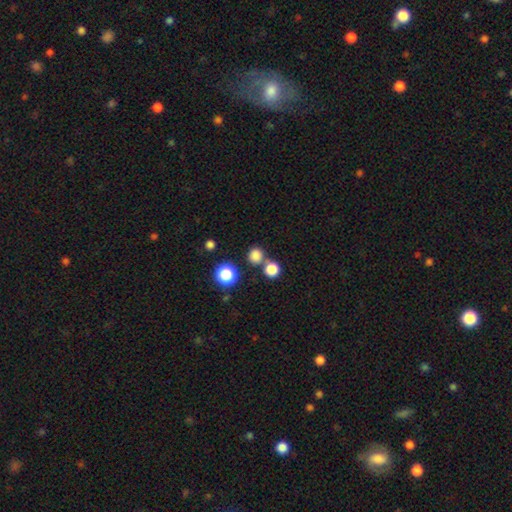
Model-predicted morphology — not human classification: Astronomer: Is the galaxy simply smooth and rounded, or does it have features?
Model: smooth — 80%.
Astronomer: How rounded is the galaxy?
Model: round — 89%.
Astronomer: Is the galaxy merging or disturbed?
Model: none — 69%.